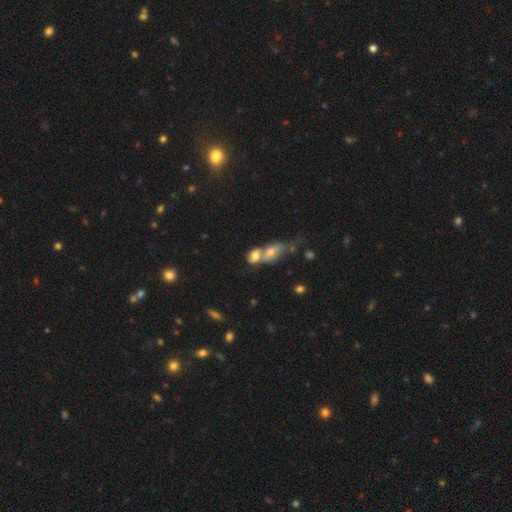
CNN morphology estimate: Smooth or featured? Predicted: smooth (p=0.62). How rounded? Predicted: in between (p=0.71). Merging? Predicted: merger (p=0.74).